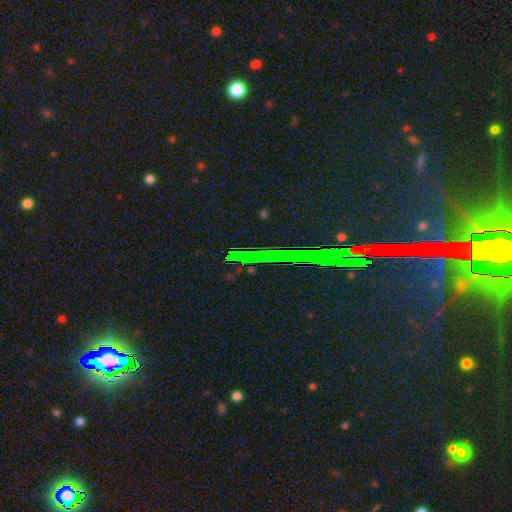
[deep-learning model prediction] Smooth or featured?
  - star or artifact: 84% *
  - smooth: 8%
  - featured or disk: 8%